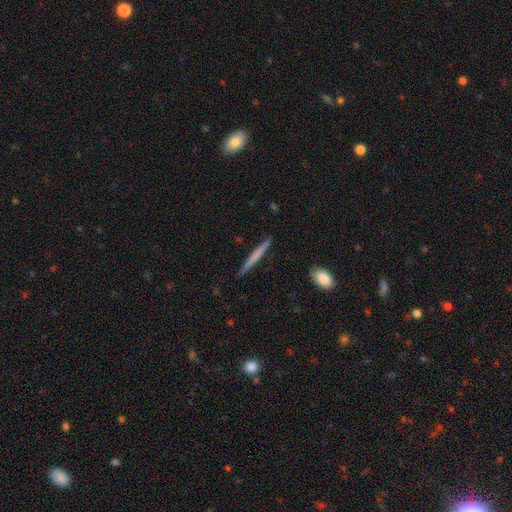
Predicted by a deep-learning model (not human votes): smooth_or_featured: smooth (p=0.54) [alt: featured or disk p=0.41]
how_rounded: cigar-shaped (p=0.96) [alt: in between p=0.02]
merging: none (p=0.90) [alt: minor disturbance p=0.07]